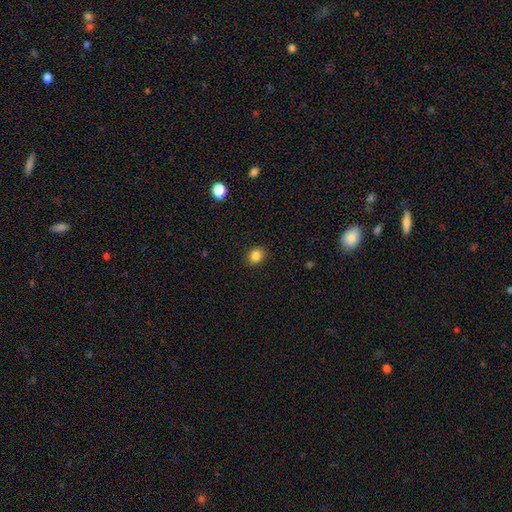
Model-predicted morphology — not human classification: Smooth or featured? Predicted: smooth (p=0.85). How rounded? Predicted: round (p=0.68). Merging? Predicted: none (p=0.88).